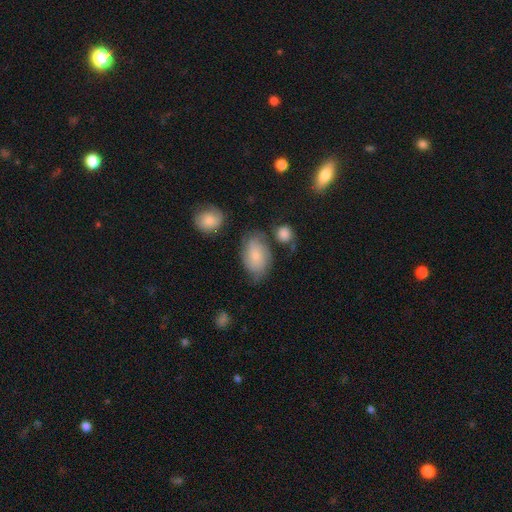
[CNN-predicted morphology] smooth_or_featured: smooth (p=0.57) [alt: featured or disk p=0.35]
how_rounded: in between (p=0.86) [alt: round p=0.13]
merging: none (p=0.58) [alt: minor disturbance p=0.25]